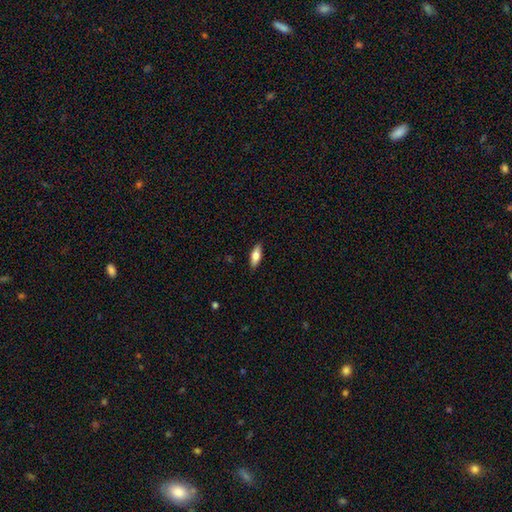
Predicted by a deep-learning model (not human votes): smooth 70%, featured or disk 23%, star or artifact 6%. Down the decision tree: how rounded — in between (68%); merging — none (88%).